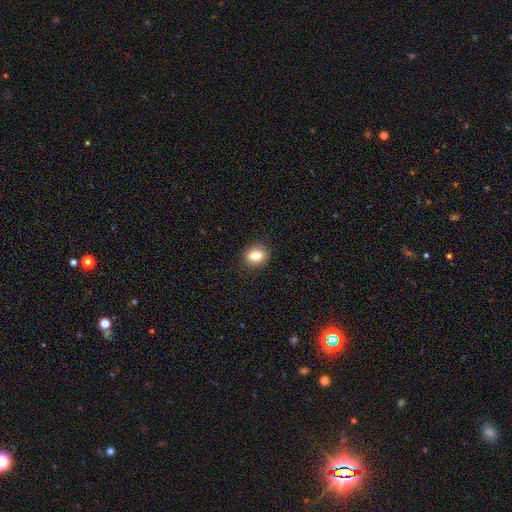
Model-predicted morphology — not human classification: This is clearly a smooth galaxy (81%). How rounded: possibly round (51%). Merging: clearly none (88%).